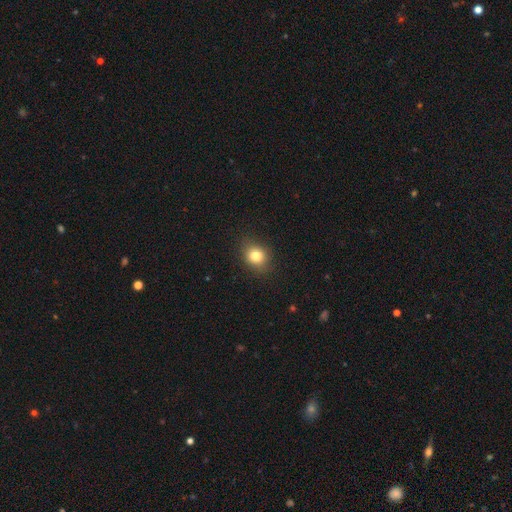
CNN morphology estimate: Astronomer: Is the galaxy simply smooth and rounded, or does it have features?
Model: smooth — 80%.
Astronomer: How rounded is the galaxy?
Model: round — 62% (runner-up: in between, 37%).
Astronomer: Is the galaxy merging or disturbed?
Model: none — 86%.